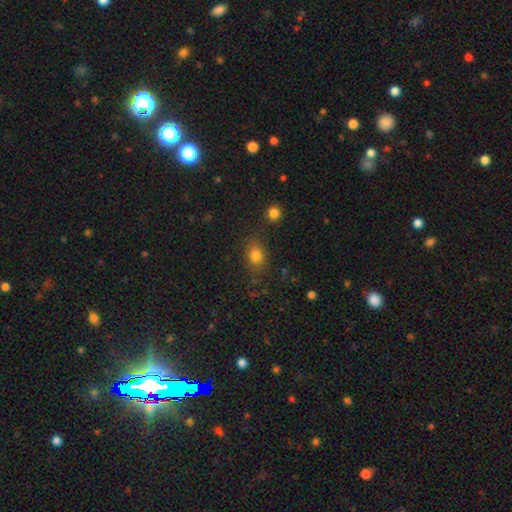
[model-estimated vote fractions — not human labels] Smooth or featured? Predicted: smooth (p=0.80). How rounded? Predicted: in between (p=0.63). Merging? Predicted: none (p=0.78).